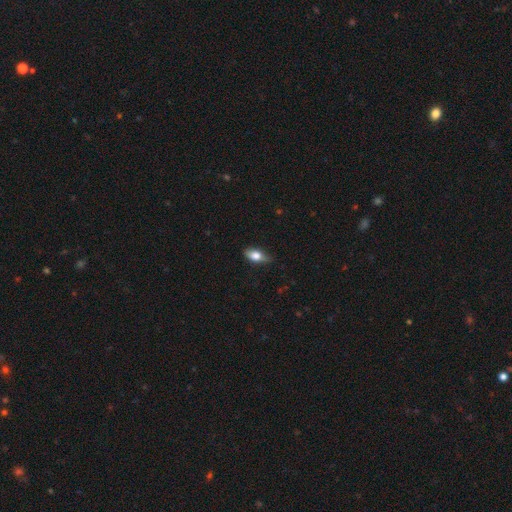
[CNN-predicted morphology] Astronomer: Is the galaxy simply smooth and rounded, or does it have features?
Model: smooth — 71%.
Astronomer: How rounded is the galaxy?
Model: in between — 81%.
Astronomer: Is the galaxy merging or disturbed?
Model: none — 74%.